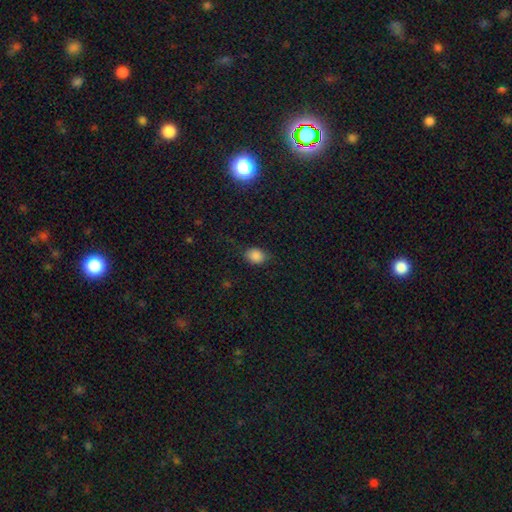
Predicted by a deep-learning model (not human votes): A smooth galaxy with no disk features (84%) that is in between round and cigar-shaped (56%). Merging: none (77%).